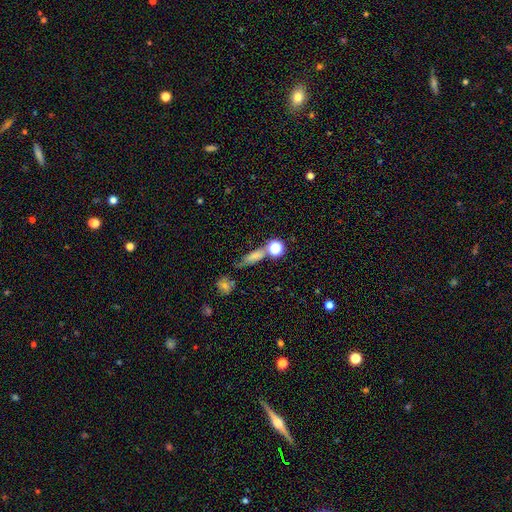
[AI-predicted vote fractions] A smooth galaxy with no disk features (66%) that is cigar-shaped (43%).

Vote fractions:
- Smooth or featured? smooth: 66% / star or artifact: 19% / featured or disk: 14%
- How rounded? cigar-shaped: 43% / in between: 39% / round: 19%
- Merging? none: 56% / merger: 18% / minor disturbance: 17% / major disturbance: 9%